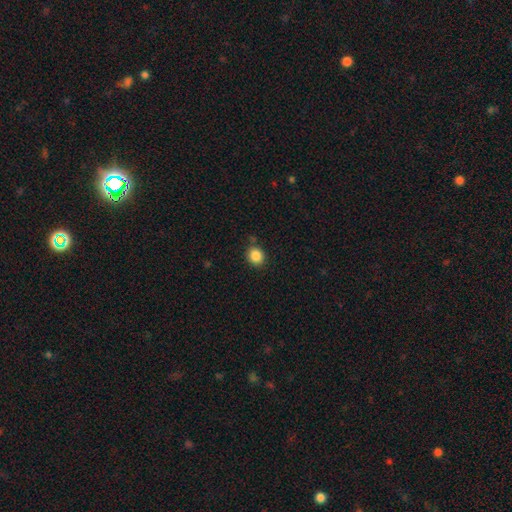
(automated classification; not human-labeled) Smooth or featured?
  - smooth: 87% *
  - star or artifact: 10%
  - featured or disk: 4%
How rounded?
  - round: 77% *
  - in between: 22%
  - cigar-shaped: 1%
Merging?
  - none: 83% *
  - minor disturbance: 11%
  - merger: 3%
  - major disturbance: 3%